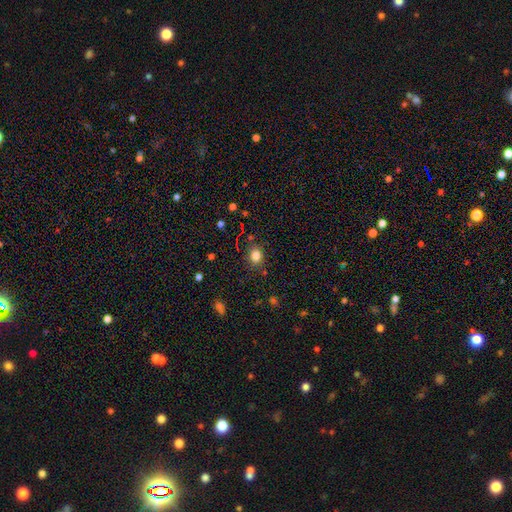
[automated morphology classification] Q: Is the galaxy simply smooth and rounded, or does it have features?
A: smooth — 81%.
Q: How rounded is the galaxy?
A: round — 68%.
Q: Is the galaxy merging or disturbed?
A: none — 82%.